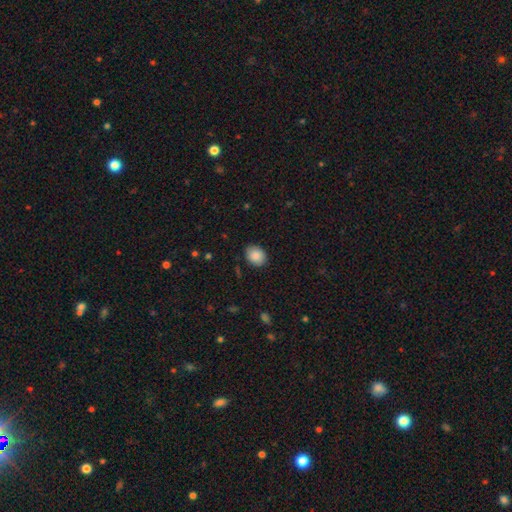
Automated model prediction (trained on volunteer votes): smooth 88%, star or artifact 8%, featured or disk 5%. Down the decision tree: how rounded — in between (58%); merging — none (87%).